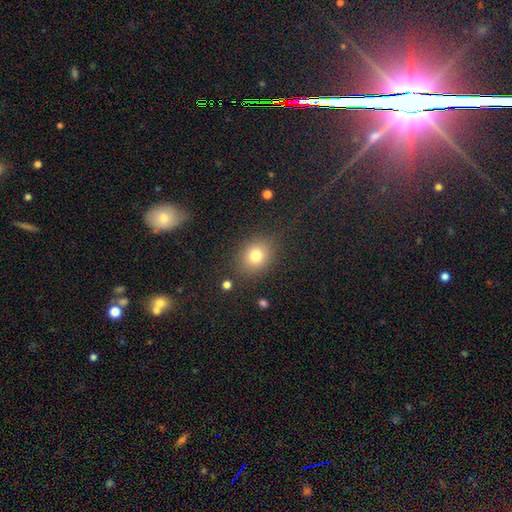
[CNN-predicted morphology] type=smooth (79%); roundness=round (61%); merging=none (82%).